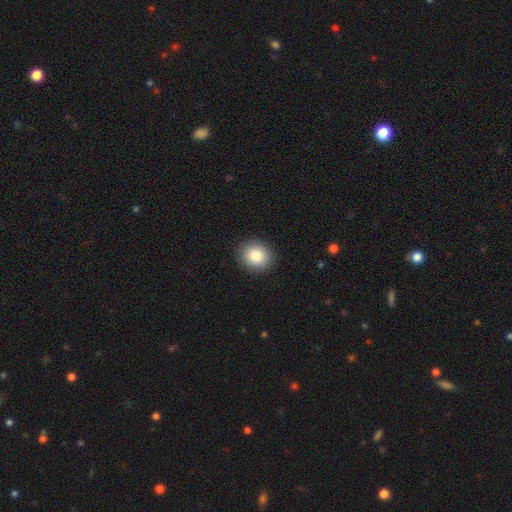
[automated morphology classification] Q: Smooth or featured?
A: smooth (86%); runner-up: star or artifact (8%)
Q: How rounded?
A: round (80%); runner-up: in between (19%)
Q: Merging?
A: none (91%); runner-up: minor disturbance (6%)